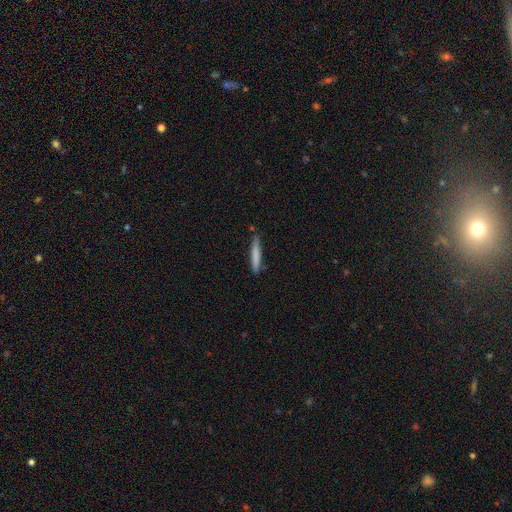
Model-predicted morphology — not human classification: smooth 78%, featured or disk 16%, star or artifact 6%. Down the decision tree: how rounded — cigar-shaped (94%); merging — none (82%).